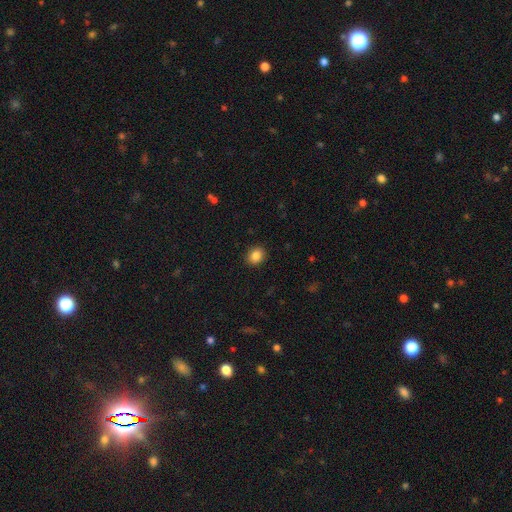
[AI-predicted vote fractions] The model was most divided on "how rounded": round: 69%, in between: 31%, cigar-shaped: 1%. More confident: merging — none (91%); smooth or featured — smooth (86%).